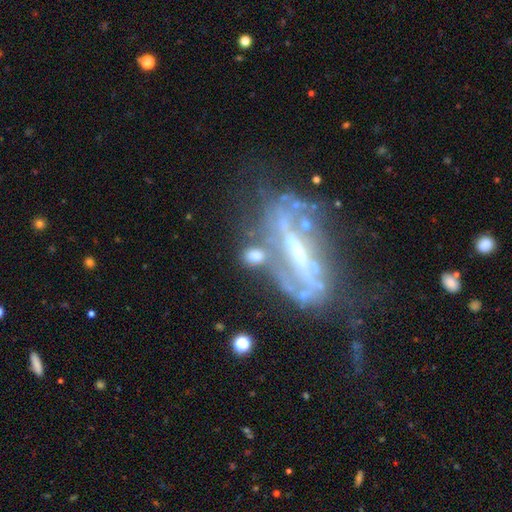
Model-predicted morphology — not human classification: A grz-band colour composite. It shows a featured or disk galaxy (53%). Merging: none (48%).